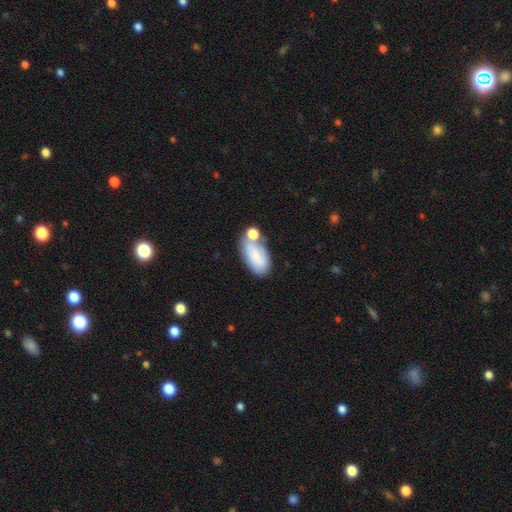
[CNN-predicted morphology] smooth_or_featured: smooth (p=0.74) [alt: featured or disk p=0.18]
how_rounded: in between (p=0.92) [alt: cigar-shaped p=0.05]
merging: none (p=0.44) [alt: merger p=0.30]